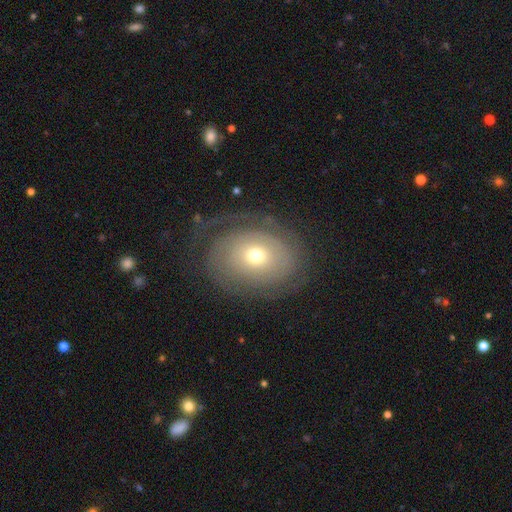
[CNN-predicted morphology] Smooth or featured? featured or disk (57%)
Edge-on disk? no (94%)
Bar? no (85%)
Spiral arms? yes (66%)
Bulge size? moderate (48%)
Merging? none (64%)